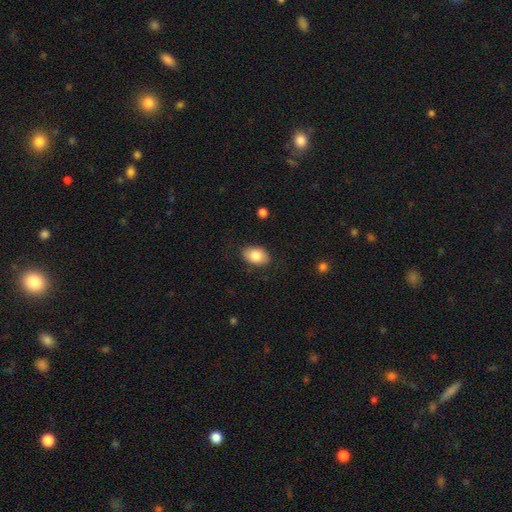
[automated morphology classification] type=smooth (82%); roundness=in between (88%); merging=none (85%).